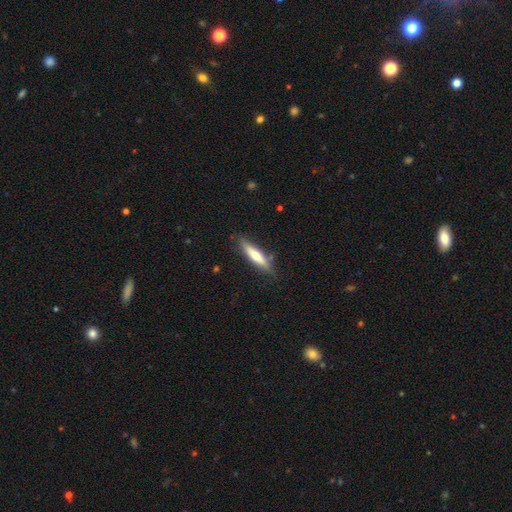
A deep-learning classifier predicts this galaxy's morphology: Smooth or featured? smooth (61%)
How rounded? cigar-shaped (78%)
Merging? none (82%)